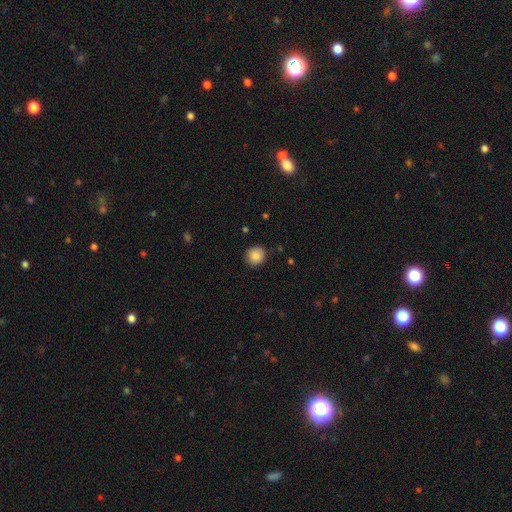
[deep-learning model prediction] Smooth or featured?
  - smooth: 87% *
  - star or artifact: 9%
  - featured or disk: 4%
How rounded?
  - round: 89% *
  - in between: 10%
  - cigar-shaped: 1%
Merging?
  - none: 87% *
  - minor disturbance: 10%
  - major disturbance: 2%
  - merger: 1%